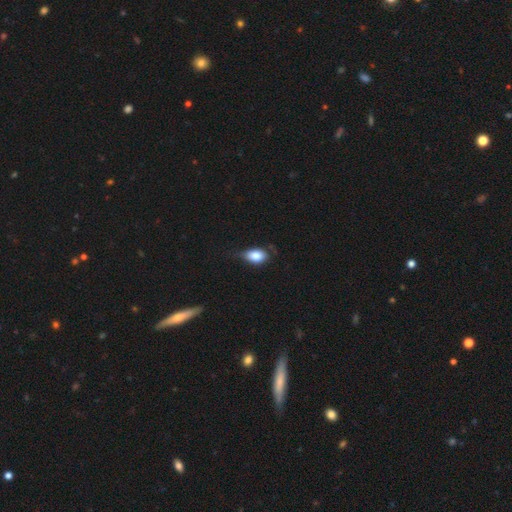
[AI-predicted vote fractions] Smooth or featured: smooth — 81% (featured or disk — 12%)
How rounded: in between — 85% (round — 12%)
Merging: none — 54% (minor disturbance — 35%)